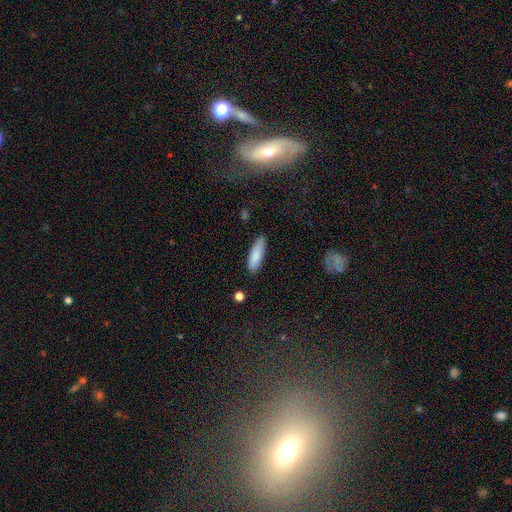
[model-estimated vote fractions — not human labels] smooth 86%, featured or disk 8%, star or artifact 6%. Down the decision tree: how rounded — cigar-shaped (52%); merging — none (83%).